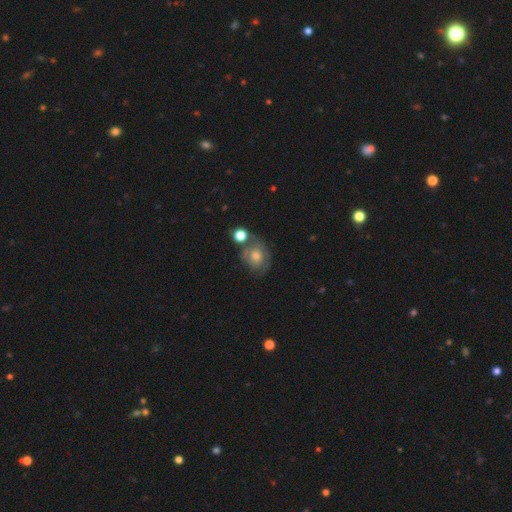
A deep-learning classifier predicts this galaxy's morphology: Smooth or featured?
  - smooth: 55% *
  - featured or disk: 32%
  - star or artifact: 13%
How rounded?
  - round: 63% *
  - in between: 36%
  - cigar-shaped: 1%
Merging?
  - none: 56% *
  - minor disturbance: 18%
  - merger: 18%
  - major disturbance: 8%